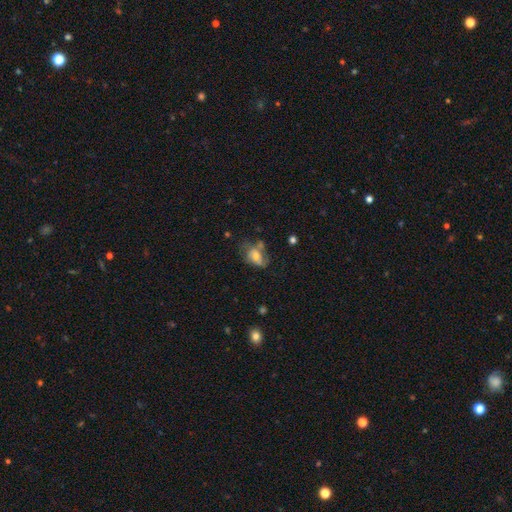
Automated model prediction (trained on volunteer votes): This is possibly a smooth galaxy (52%). How rounded: likely in between (80%). Merging: marginally none (35%).